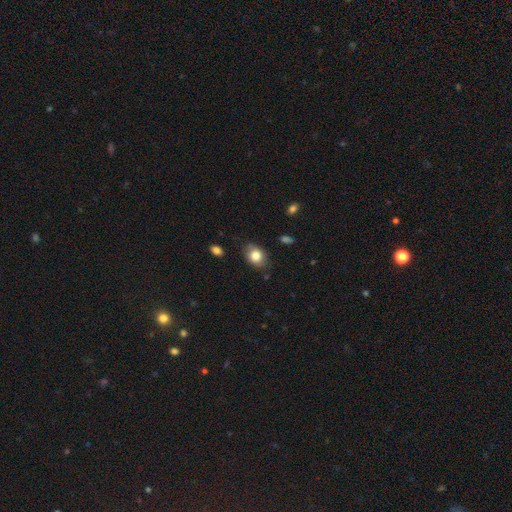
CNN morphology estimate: Smooth or featured? smooth (81%)
How rounded? in between (69%)
Merging? none (79%)